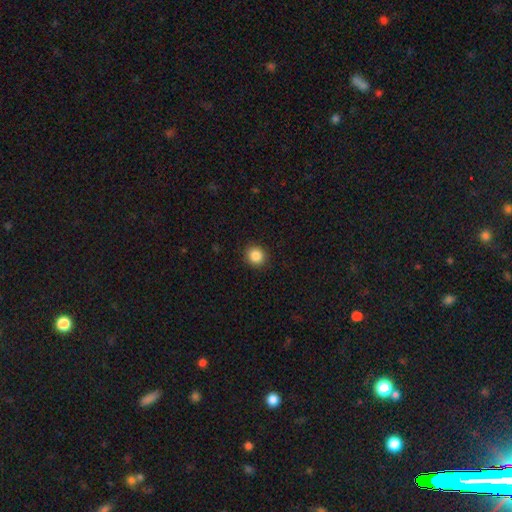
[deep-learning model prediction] This is clearly a smooth galaxy (86%). How rounded: clearly round (89%). Merging: clearly none (92%).